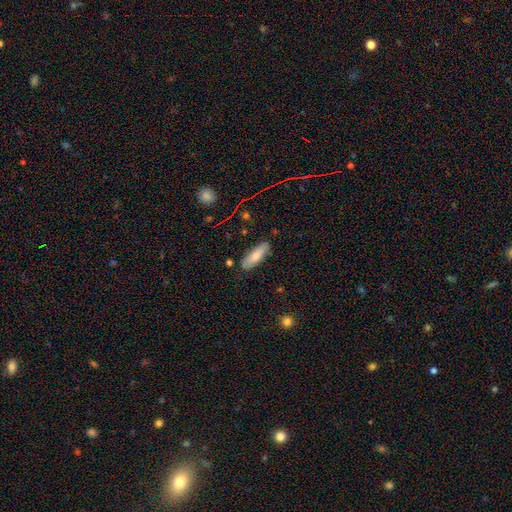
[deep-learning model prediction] smooth 76%, featured or disk 17%, star or artifact 7%. Down the decision tree: how rounded — in between (61%); merging — none (84%).